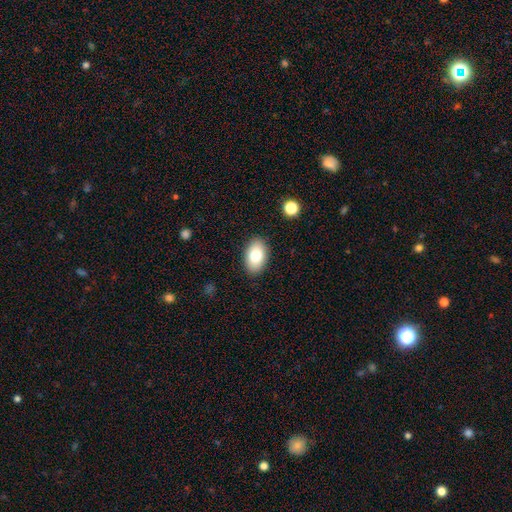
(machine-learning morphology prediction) smooth 80%, featured or disk 13%, star or artifact 8%. Down the decision tree: how rounded — in between (92%); merging — none (89%).